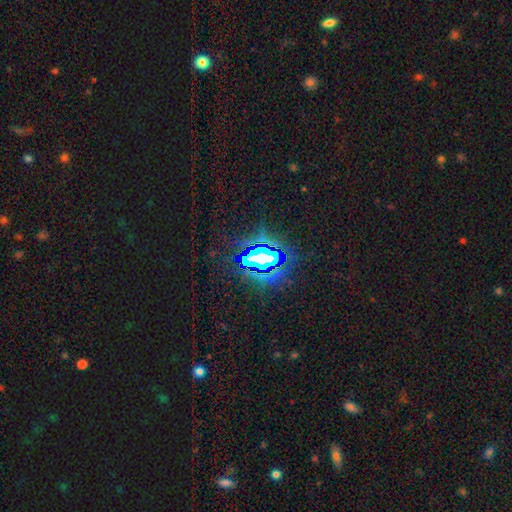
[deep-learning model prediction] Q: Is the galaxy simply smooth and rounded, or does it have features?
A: star or artifact — 75%.